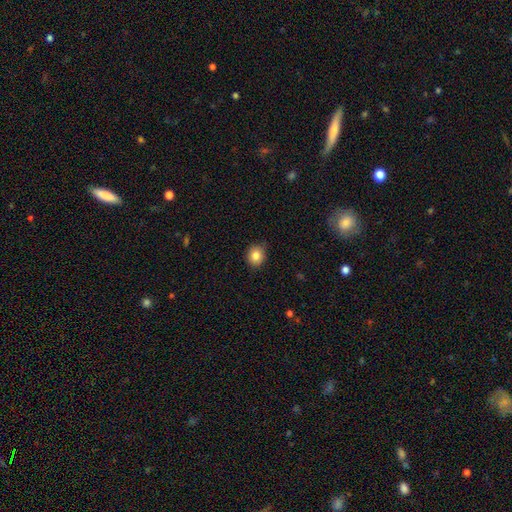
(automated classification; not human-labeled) Overall: smooth (83%). How rounded: round (80%). Merging: none (85%).